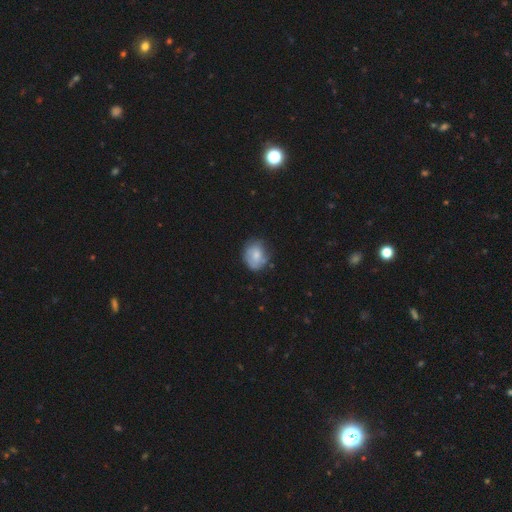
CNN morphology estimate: Smooth or featured? Predicted: smooth (p=0.68). How rounded? Predicted: round (p=0.57). Merging? Predicted: none (p=0.64).